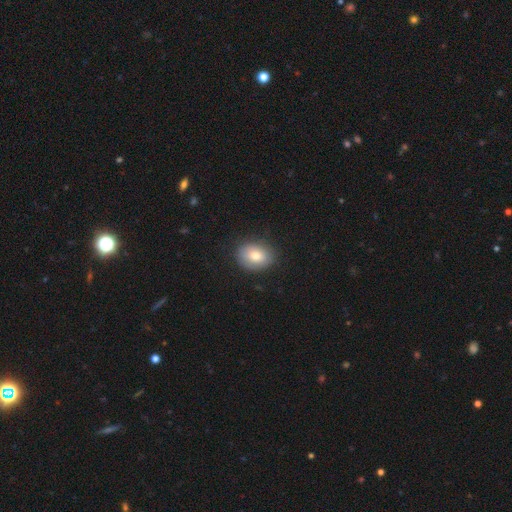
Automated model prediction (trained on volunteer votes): smooth-or-featured: smooth: 74% | featured or disk: 18% | star or artifact: 8%
  how-rounded: in between: 59% | round: 40% | cigar-shaped: 1%
  merging: none: 84% | minor disturbance: 12% | major disturbance: 3% | merger: 1%